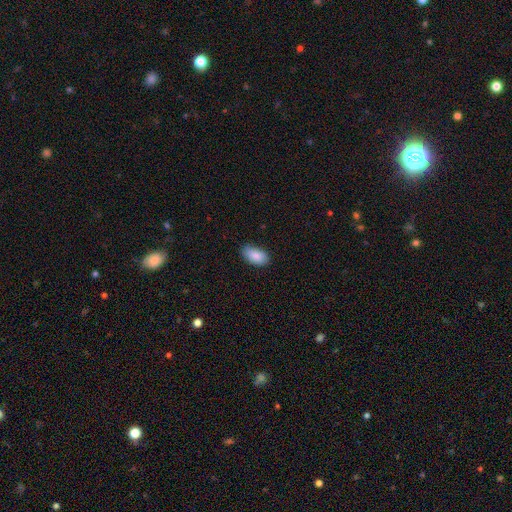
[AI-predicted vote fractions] smooth-or-featured: smooth: 89% | star or artifact: 7% | featured or disk: 5%
  how-rounded: in between: 94% | round: 4% | cigar-shaped: 2%
  merging: none: 82% | minor disturbance: 14% | major disturbance: 3% | merger: 1%